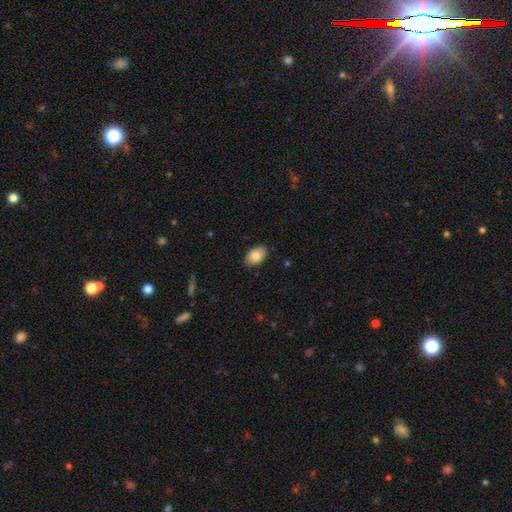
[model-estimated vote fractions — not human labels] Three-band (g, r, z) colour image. It shows a smooth galaxy with no disk features (83%) that is in between round and cigar-shaped (90%). Merging: none (88%).